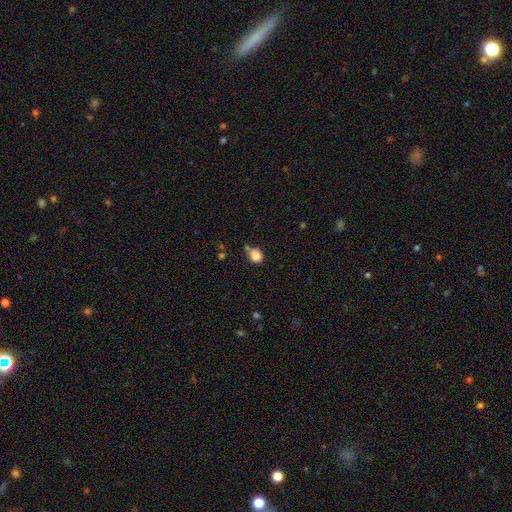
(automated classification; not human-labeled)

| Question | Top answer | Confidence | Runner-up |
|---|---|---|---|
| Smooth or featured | smooth | 84% | star or artifact (10%) |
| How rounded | round | 63% | in between (36%) |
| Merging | none | 64% | minor disturbance (19%) |